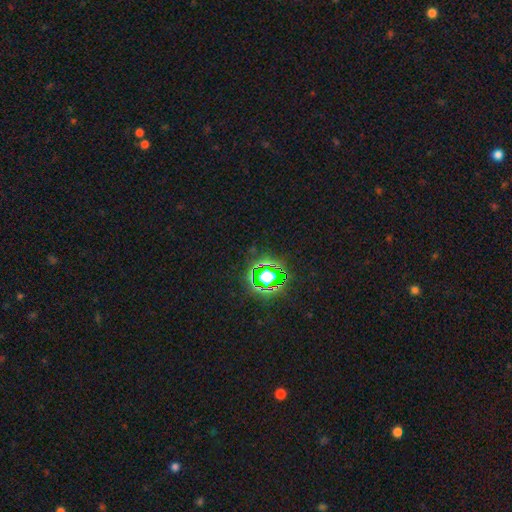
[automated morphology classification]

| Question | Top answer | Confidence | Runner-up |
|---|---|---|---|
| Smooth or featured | star or artifact | 81% | smooth (14%) |